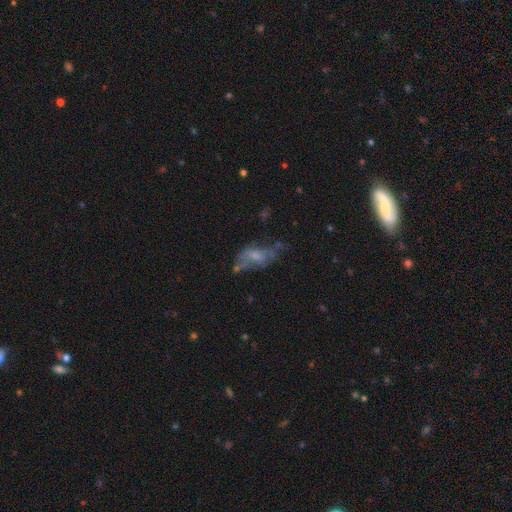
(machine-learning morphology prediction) A featured or disk galaxy (46%). Merging: none (36%).